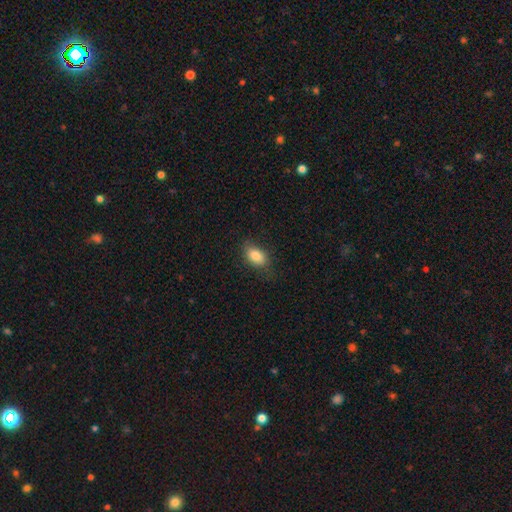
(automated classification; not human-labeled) Smooth or featured? smooth (84%)
How rounded? in between (86%)
Merging? none (78%)